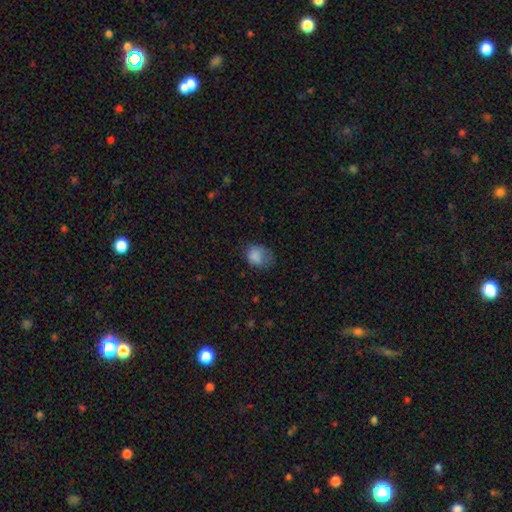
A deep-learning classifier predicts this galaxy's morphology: Overall: smooth (81%). How rounded: in between (52%; round 48%). Merging: none (46%; minor disturbance 32%).